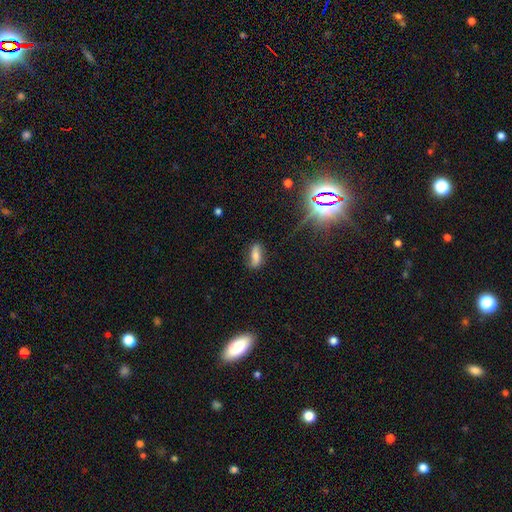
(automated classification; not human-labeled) Smooth or featured? Predicted: smooth (p=0.63). How rounded? Predicted: in between (p=0.68). Merging? Predicted: none (p=0.72).